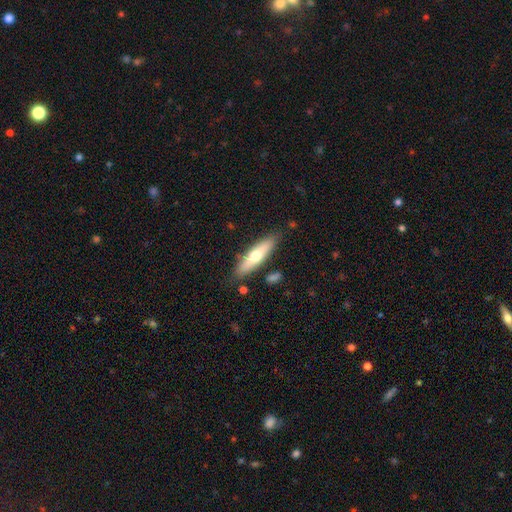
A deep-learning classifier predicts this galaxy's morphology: Smooth or featured? smooth (57%)
How rounded? cigar-shaped (69%)
Merging? none (84%)